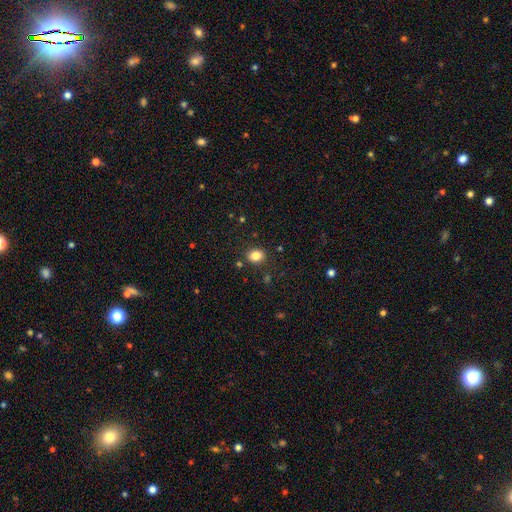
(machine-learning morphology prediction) Overall: smooth (84%). How rounded: in between (55%; round 44%). Merging: none (86%).